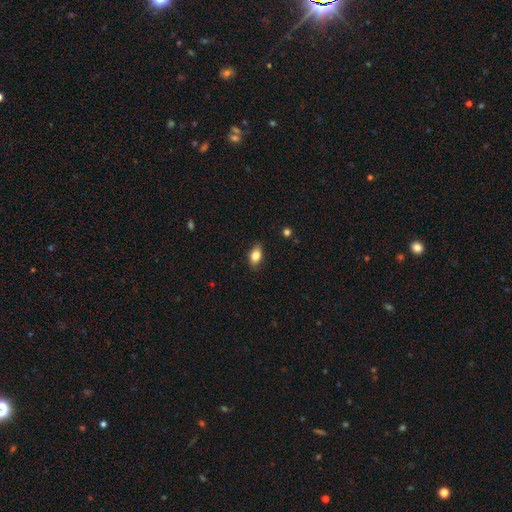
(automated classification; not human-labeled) This appears to be a smooth galaxy with no disk features (83%) that is in between round and cigar-shaped (83%). Merging: none (83%).